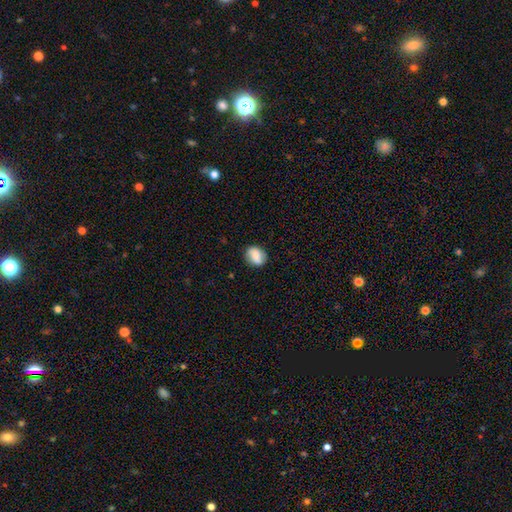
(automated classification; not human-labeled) This appears to be a smooth galaxy with no disk features (66%) that is round (62%). Merging: none (83%).